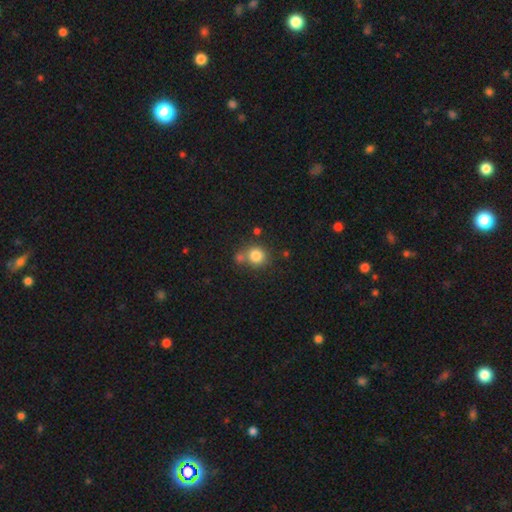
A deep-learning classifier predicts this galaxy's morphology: Smooth or featured? smooth (82%)
How rounded? round (87%)
Merging? none (63%)